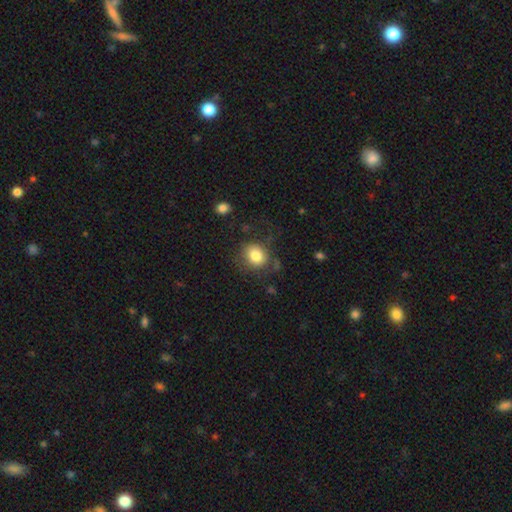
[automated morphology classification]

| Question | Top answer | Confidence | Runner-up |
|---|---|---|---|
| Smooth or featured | smooth | 82% | star or artifact (9%) |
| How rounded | round | 72% | in between (27%) |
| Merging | none | 71% | minor disturbance (17%) |